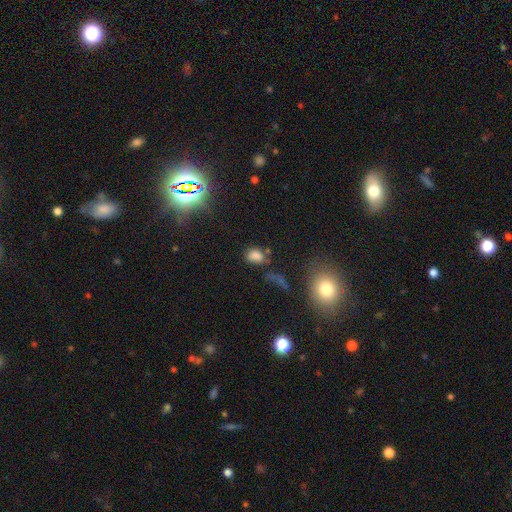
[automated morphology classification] Smooth or featured?
  - smooth: 75% *
  - star or artifact: 17%
  - featured or disk: 8%
How rounded?
  - in between: 71% *
  - round: 27%
  - cigar-shaped: 2%
Merging?
  - none: 54% *
  - minor disturbance: 22%
  - merger: 12%
  - major disturbance: 11%